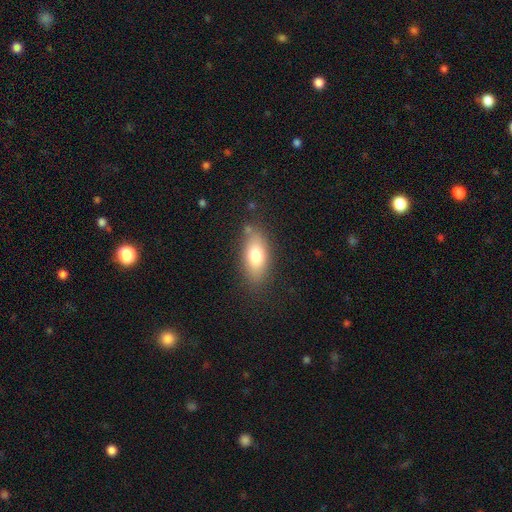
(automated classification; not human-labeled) This appears to be a smooth galaxy with no disk features (74%) that is in between round and cigar-shaped (84%). Merging: none (78%).